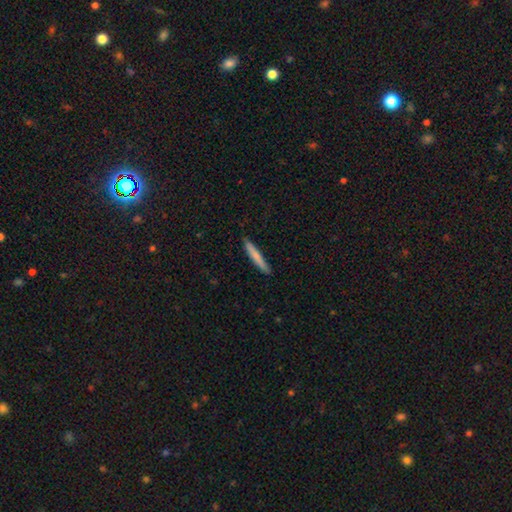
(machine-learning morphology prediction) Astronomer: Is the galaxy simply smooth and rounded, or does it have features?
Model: smooth — 74%.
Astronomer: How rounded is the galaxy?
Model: cigar-shaped — 95%.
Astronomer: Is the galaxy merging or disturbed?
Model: none — 89%.